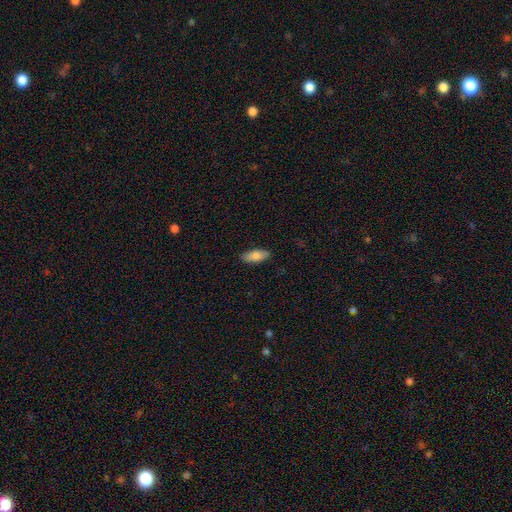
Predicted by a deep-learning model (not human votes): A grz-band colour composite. It shows a smooth galaxy with no disk features (79%) that is in between round and cigar-shaped (80%). Merging: none (88%).